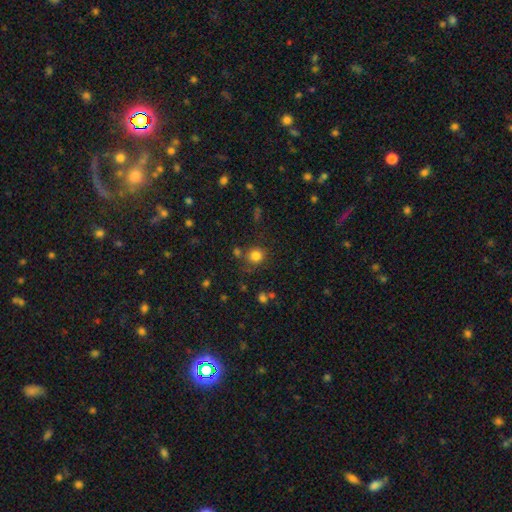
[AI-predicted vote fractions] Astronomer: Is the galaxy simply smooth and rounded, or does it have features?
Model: smooth — 82%.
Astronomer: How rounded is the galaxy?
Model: round — 85%.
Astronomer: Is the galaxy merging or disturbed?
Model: none — 74%.